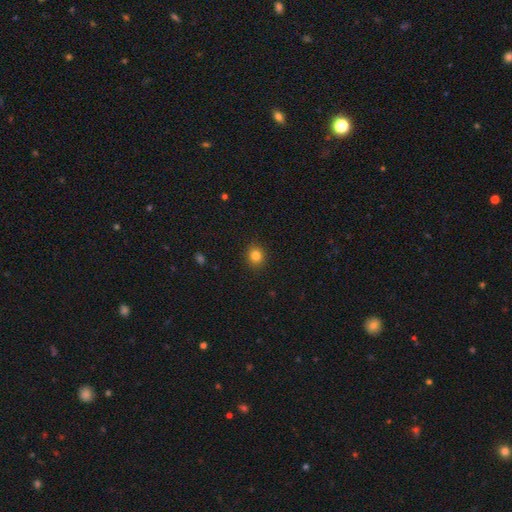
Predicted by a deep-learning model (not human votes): Morphology: type=smooth (82%); roundness=round (82%); merging=none (91%).